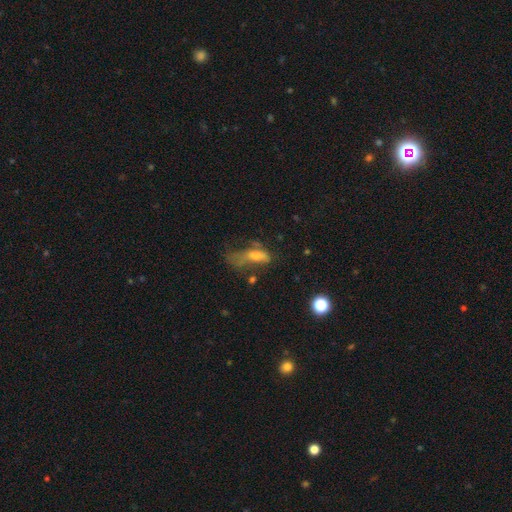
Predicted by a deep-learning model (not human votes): Q: Smooth or featured?
A: smooth (49%); runner-up: featured or disk (35%)
Q: Merging?
A: major disturbance (46%); runner-up: none (25%)